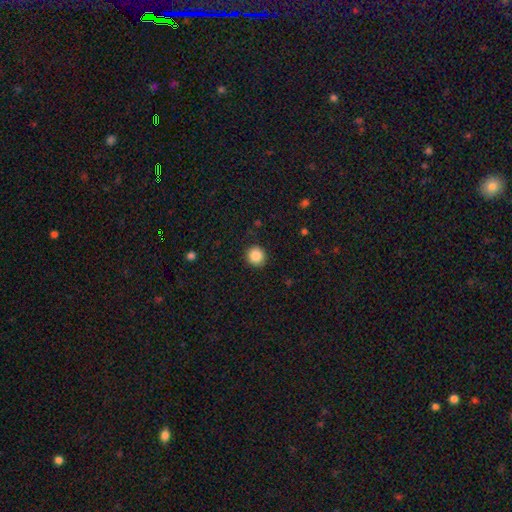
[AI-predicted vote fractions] Smooth or featured: smooth — 87% (star or artifact — 9%)
How rounded: round — 92% (in between — 7%)
Merging: none — 90% (minor disturbance — 7%)